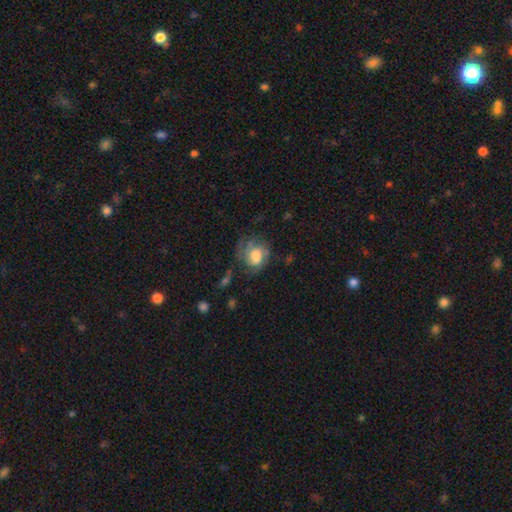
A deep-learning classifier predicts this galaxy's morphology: Overall: featured or disk (47%; smooth 43%). Merging: none (53%; minor disturbance 25%).